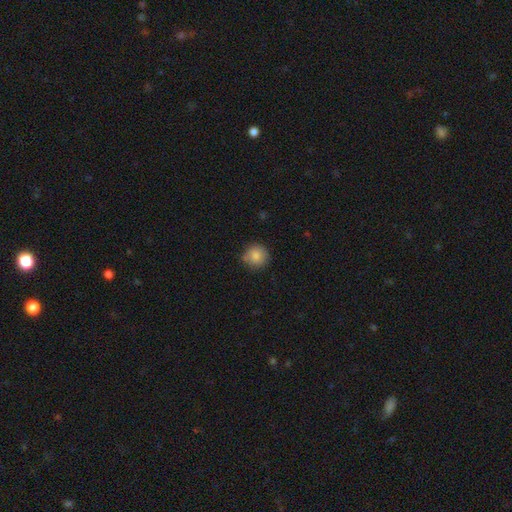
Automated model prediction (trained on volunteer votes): This appears to be a smooth galaxy with no disk features (85%) that is round (93%). Merging: none (81%).